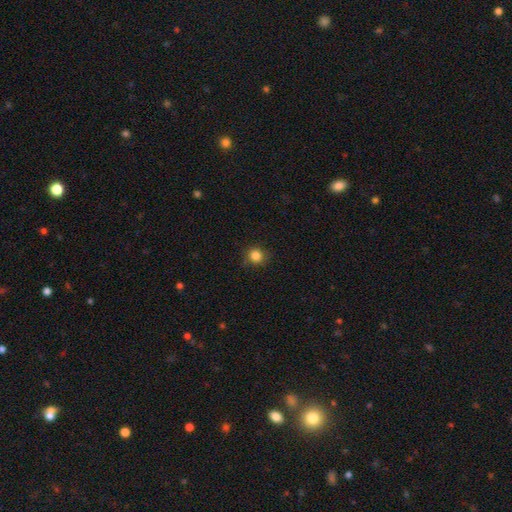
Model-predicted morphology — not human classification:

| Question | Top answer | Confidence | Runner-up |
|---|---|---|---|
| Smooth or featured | smooth | 84% | star or artifact (12%) |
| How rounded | round | 90% | in between (9%) |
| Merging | none | 83% | minor disturbance (13%) |